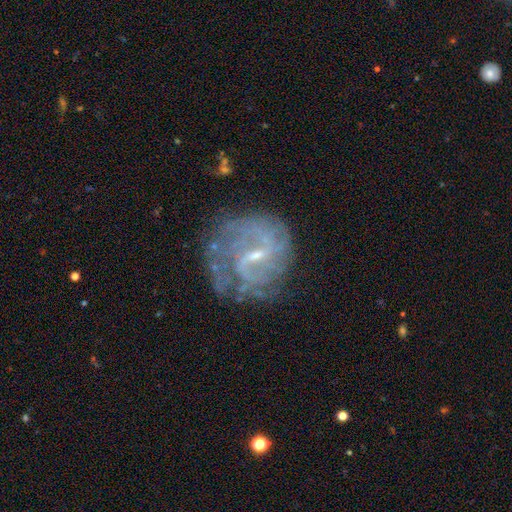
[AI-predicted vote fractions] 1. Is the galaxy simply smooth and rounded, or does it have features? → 79% featured or disk, 11% star or artifact, 10% smooth.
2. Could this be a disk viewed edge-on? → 97% no, 3% yes.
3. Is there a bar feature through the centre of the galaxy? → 58% weak, 25% strong, 17% no.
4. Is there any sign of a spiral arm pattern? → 88% yes, 12% no.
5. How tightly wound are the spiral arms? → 45% tight, 38% medium, 17% loose.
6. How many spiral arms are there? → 36% can't tell, 34% 2, 13% 3, 7% 4, 6% 1, 5% more than 4.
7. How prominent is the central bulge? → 67% small, 22% moderate, 10% none, 1% large, 1% dominant.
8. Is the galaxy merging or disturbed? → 69% none, 17% minor disturbance, 12% major disturbance, 2% merger.